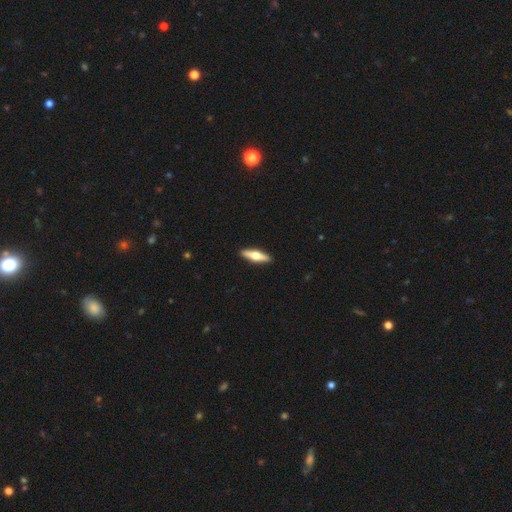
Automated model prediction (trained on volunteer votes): Smooth or featured? Predicted: featured or disk (p=0.52). Edge-on disk? Predicted: yes (p=0.93). Merging? Predicted: none (p=0.92).